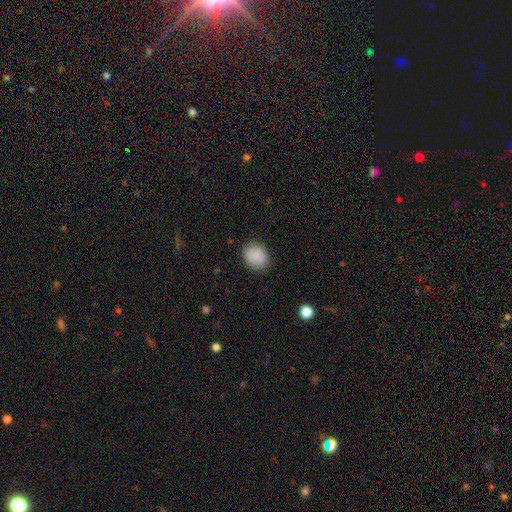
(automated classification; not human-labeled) Smooth or featured? Predicted: smooth (p=0.89). How rounded? Predicted: round (p=0.51). Merging? Predicted: none (p=0.85).